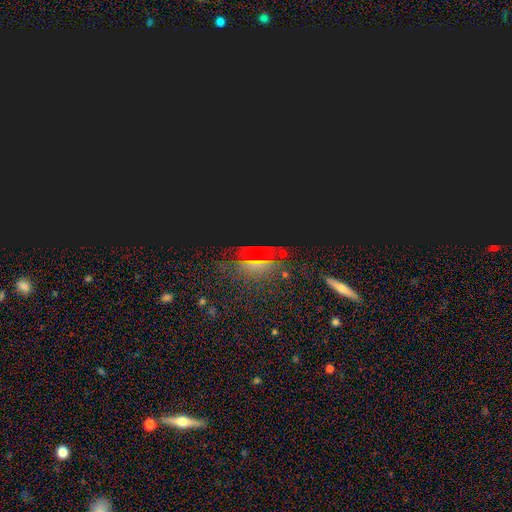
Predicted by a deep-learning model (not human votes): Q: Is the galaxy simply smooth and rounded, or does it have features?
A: star or artifact — 58%.